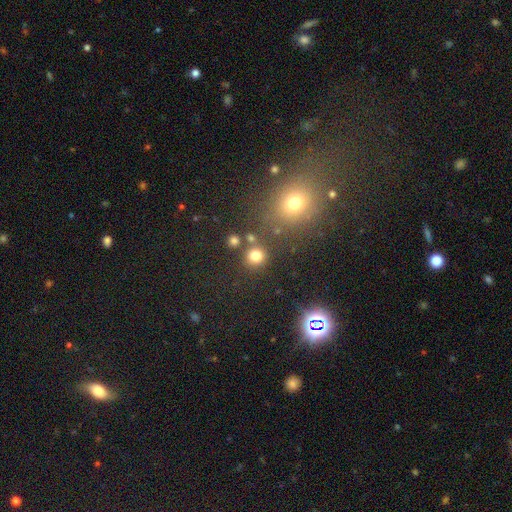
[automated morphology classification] type=smooth (77%); roundness=round (88%); merging=none (77%).